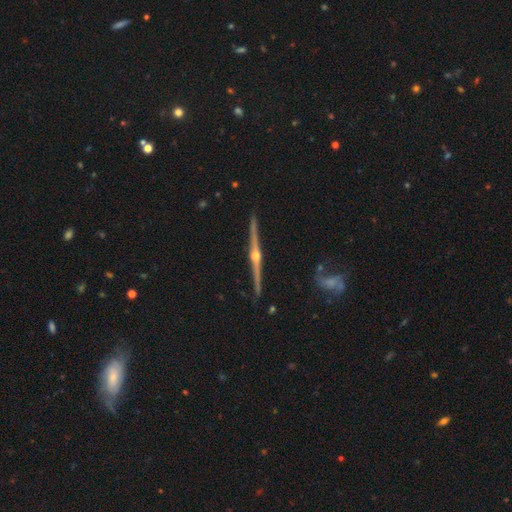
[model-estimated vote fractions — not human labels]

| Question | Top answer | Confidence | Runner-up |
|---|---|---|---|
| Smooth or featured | featured or disk | 90% | smooth (6%) |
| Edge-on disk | yes | 99% | no (1%) |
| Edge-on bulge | rounded | 94% | none (3%) |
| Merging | none | 90% | minor disturbance (7%) |